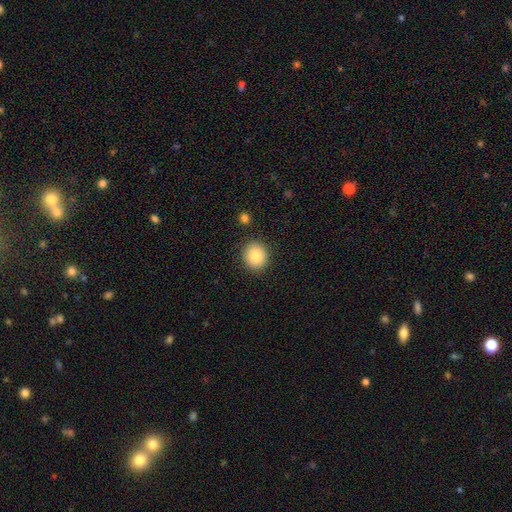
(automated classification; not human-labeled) Smooth or featured? smooth (85%)
How rounded? round (77%)
Merging? none (88%)